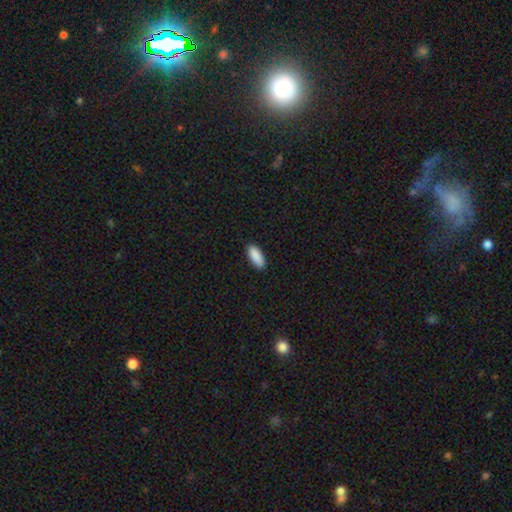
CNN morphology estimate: Overall: smooth (91%). How rounded: in between (78%). Merging: none (89%).